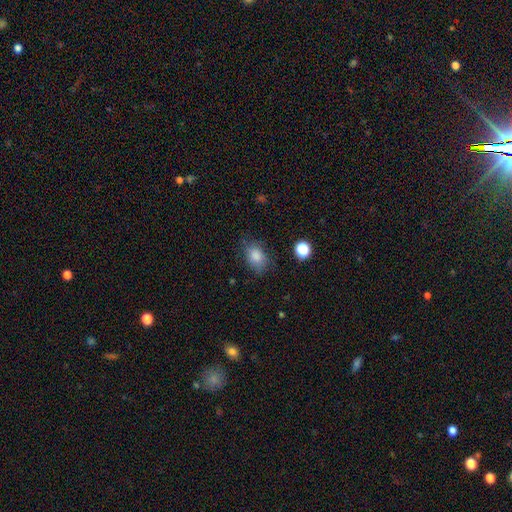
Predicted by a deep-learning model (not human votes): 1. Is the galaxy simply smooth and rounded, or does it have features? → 81% smooth, 11% star or artifact, 8% featured or disk.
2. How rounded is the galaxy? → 75% in between, 23% round, 2% cigar-shaped.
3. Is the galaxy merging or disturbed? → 73% none, 19% minor disturbance, 6% major disturbance, 2% merger.